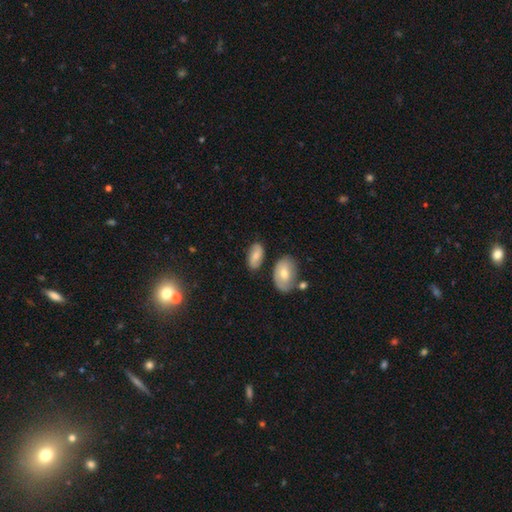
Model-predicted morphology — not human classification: This is likely a smooth galaxy (61%). How rounded: clearly in between (91%). Merging: likely none (71%).